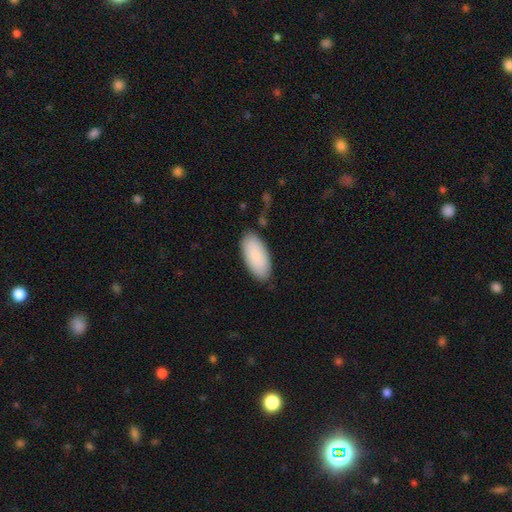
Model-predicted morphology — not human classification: A smooth galaxy with no disk features (88%) that is in between round and cigar-shaped (93%).

Vote fractions:
- Smooth or featured? smooth: 88% / featured or disk: 6% / star or artifact: 6%
- How rounded? in between: 93% / cigar-shaped: 6% / round: 2%
- Merging? none: 84% / minor disturbance: 12% / major disturbance: 3% / merger: 2%